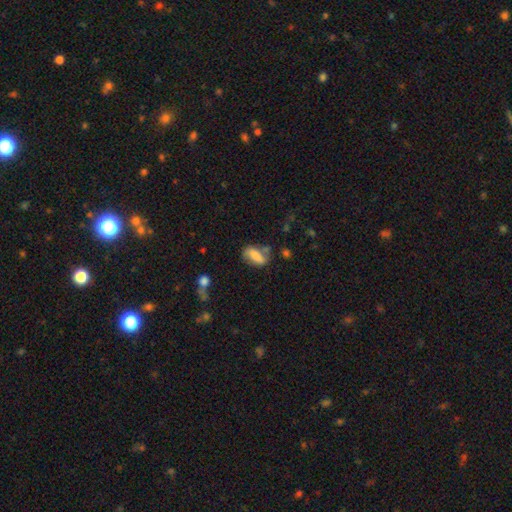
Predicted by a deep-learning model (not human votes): smooth-or-featured: smooth: 69% | featured or disk: 23% | star or artifact: 8%
  how-rounded: in between: 83% | cigar-shaped: 11% | round: 6%
  merging: none: 57% | minor disturbance: 25% | major disturbance: 10% | merger: 9%